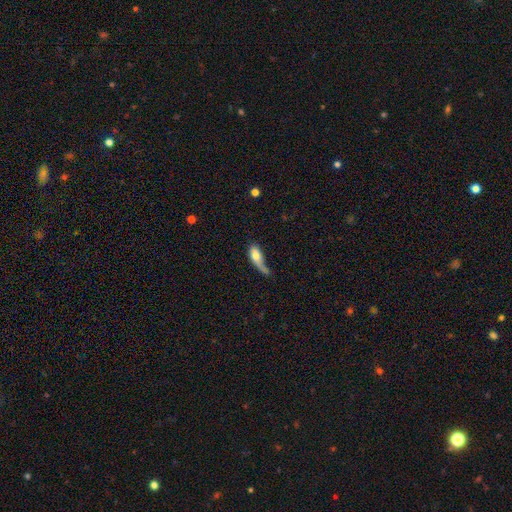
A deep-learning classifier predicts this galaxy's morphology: Q: Smooth or featured?
A: smooth (66%); runner-up: featured or disk (27%)
Q: How rounded?
A: in between (75%); runner-up: cigar-shaped (19%)
Q: Merging?
A: major disturbance (38%); runner-up: minor disturbance (27%)